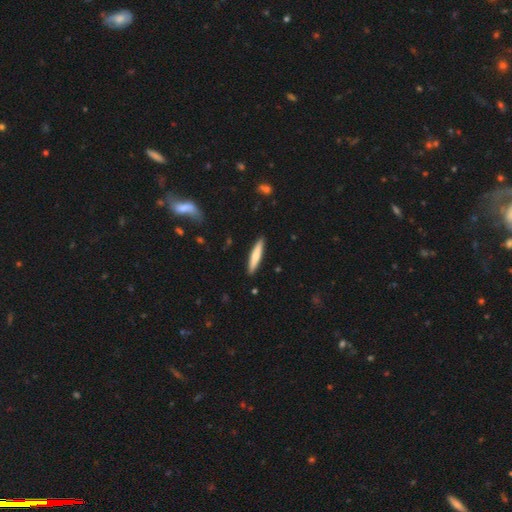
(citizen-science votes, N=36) Volunteers were most divided on "smooth or featured": smooth: 69%, featured or disk: 31%, star or artifact: 0%. More confident: merging — none (94%); how rounded — cigar-shaped (84%).